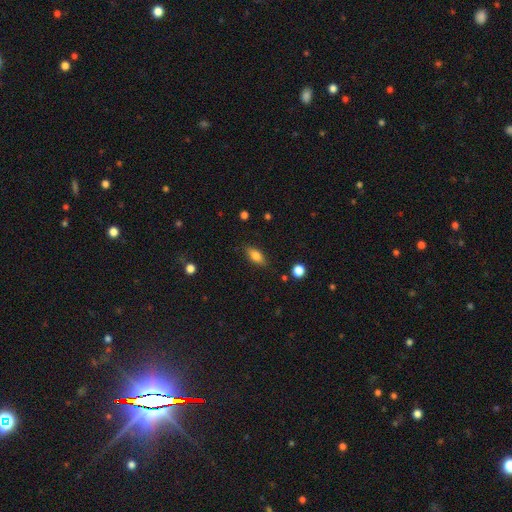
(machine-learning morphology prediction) smooth 74%, featured or disk 18%, star or artifact 8%. Down the decision tree: how rounded — in between (78%); merging — none (82%).